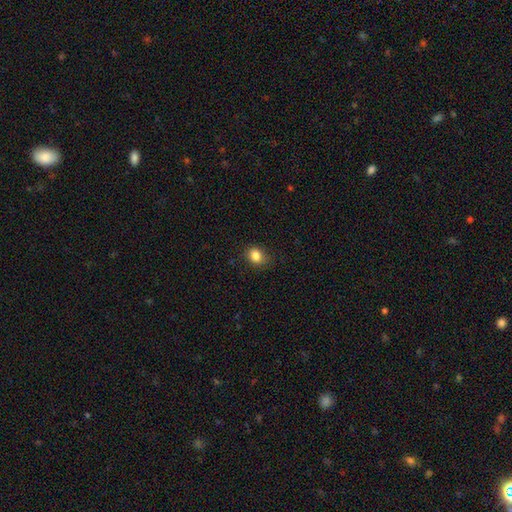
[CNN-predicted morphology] This is clearly a smooth galaxy (85%). How rounded: possibly round (56%). Merging: clearly none (82%).